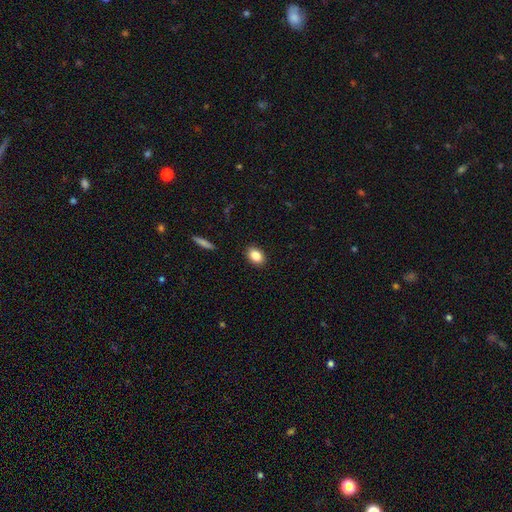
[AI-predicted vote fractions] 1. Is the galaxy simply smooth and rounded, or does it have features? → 86% smooth, 8% star or artifact, 6% featured or disk.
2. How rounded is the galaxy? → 79% in between, 19% round, 2% cigar-shaped.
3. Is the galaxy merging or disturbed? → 90% none, 7% minor disturbance, 2% major disturbance, 1% merger.